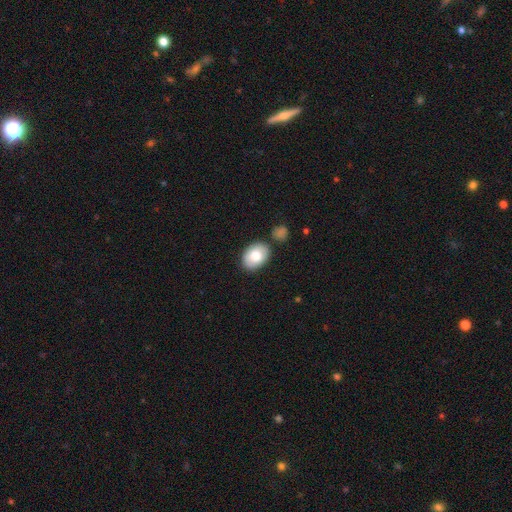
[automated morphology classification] Smooth or featured? Predicted: smooth (p=0.78). How rounded? Predicted: in between (p=0.82). Merging? Predicted: none (p=0.79).